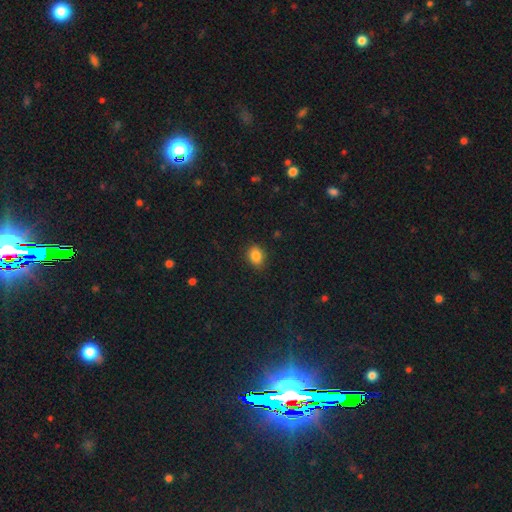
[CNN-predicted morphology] Smooth or featured? Predicted: smooth (p=0.85). How rounded? Predicted: in between (p=0.54). Merging? Predicted: none (p=0.87).